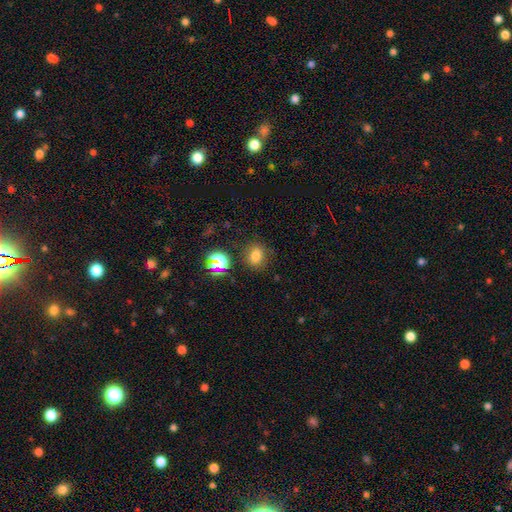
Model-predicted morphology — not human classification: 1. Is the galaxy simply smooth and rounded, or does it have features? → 71% smooth, 21% star or artifact, 8% featured or disk.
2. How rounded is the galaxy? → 57% round, 42% in between, 1% cigar-shaped.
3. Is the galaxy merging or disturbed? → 80% none, 12% minor disturbance, 4% major disturbance, 4% merger.